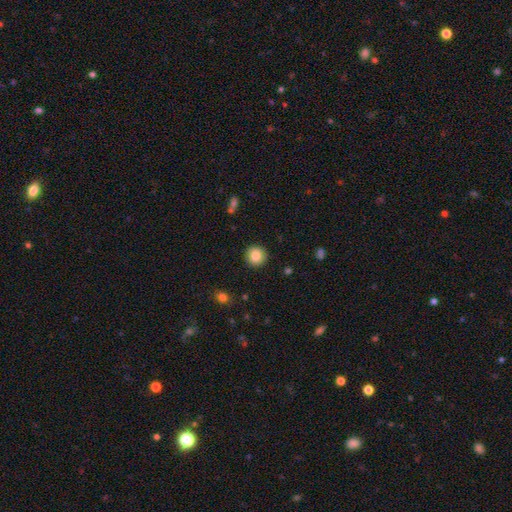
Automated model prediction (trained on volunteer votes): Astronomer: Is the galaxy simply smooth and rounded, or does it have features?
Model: smooth — 86%.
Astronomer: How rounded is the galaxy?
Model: round — 92%.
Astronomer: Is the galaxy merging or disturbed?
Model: none — 90%.